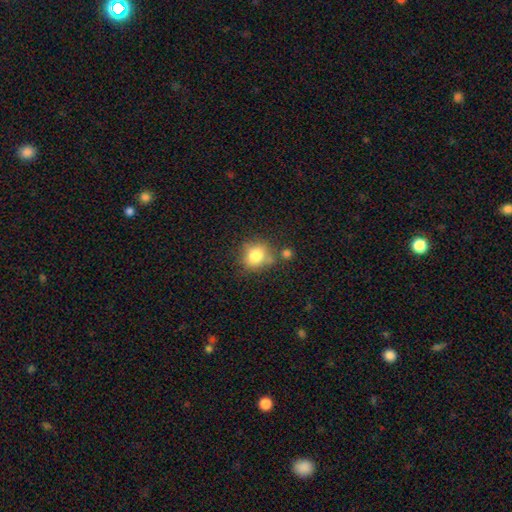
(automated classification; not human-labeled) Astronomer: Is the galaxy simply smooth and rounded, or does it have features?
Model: smooth — 80%.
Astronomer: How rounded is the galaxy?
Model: round — 76%.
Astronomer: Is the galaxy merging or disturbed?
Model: none — 66%.